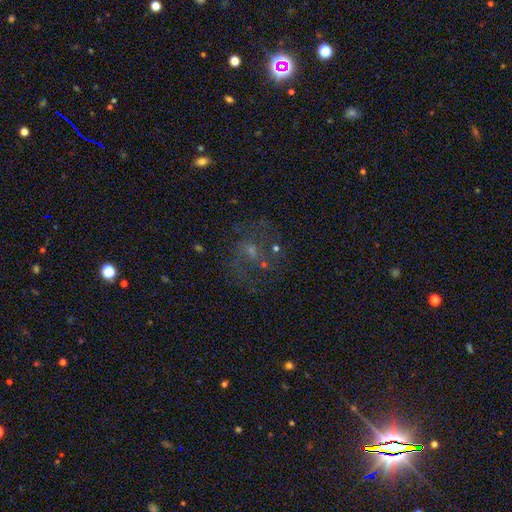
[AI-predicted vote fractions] Smooth or featured? Predicted: featured or disk (p=0.53). Edge-on disk? Predicted: no (p=0.97). Bar? Predicted: no (p=0.64). Spiral arms? Predicted: yes (p=0.70). Bulge size? Predicted: small (p=0.51). Merging? Predicted: none (p=0.59).